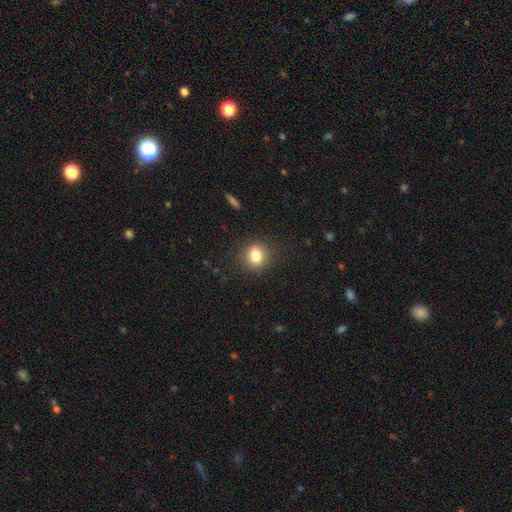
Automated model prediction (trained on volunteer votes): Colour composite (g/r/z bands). It shows a smooth galaxy with no disk features (81%) that is round (68%). Merging: none (87%).